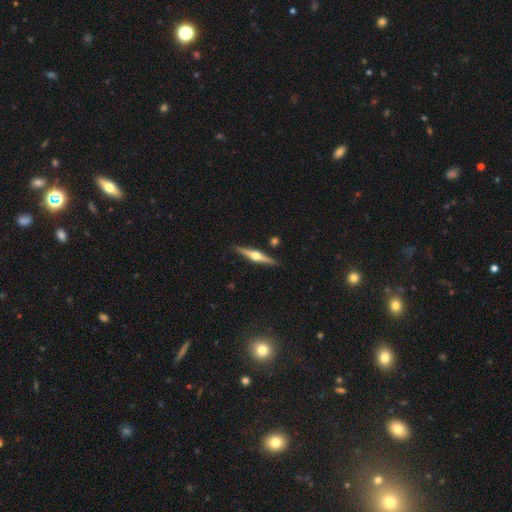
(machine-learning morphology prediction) This appears to be a featured or disk galaxy (75%) viewed edge-on (98%) with a rounded central bulge (95%). Merging: none (89%).